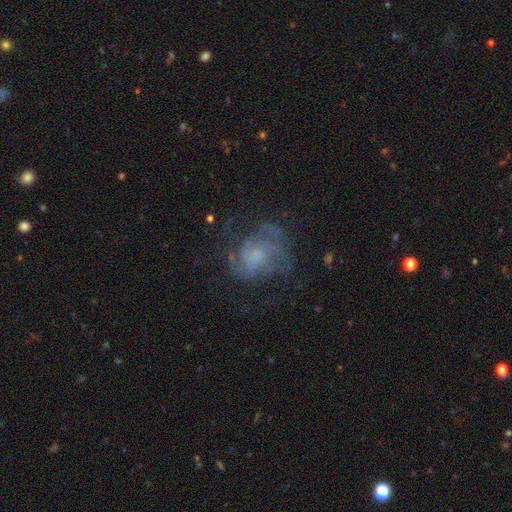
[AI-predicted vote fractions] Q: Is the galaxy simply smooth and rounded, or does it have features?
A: featured or disk — 63%.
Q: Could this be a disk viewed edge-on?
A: no — 97%.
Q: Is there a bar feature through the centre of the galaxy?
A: no — 73%.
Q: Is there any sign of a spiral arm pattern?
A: yes — 75%.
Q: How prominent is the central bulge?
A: small — 32%, tied with none.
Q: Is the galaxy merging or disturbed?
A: none — 58%.